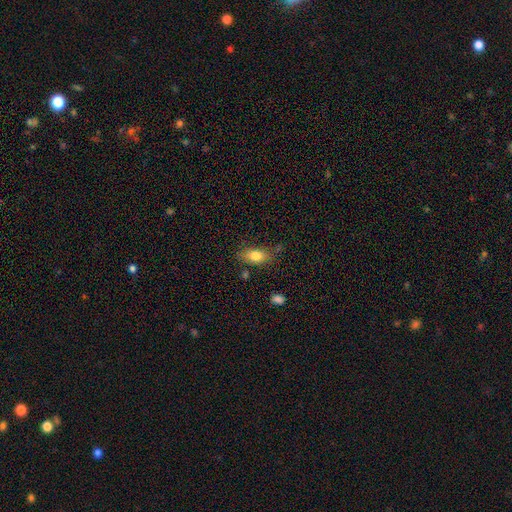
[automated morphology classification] smooth-or-featured: smooth: 80% | featured or disk: 12% | star or artifact: 8%
  how-rounded: in between: 85% | cigar-shaped: 9% | round: 6%
  merging: none: 72% | minor disturbance: 19% | major disturbance: 5% | merger: 4%